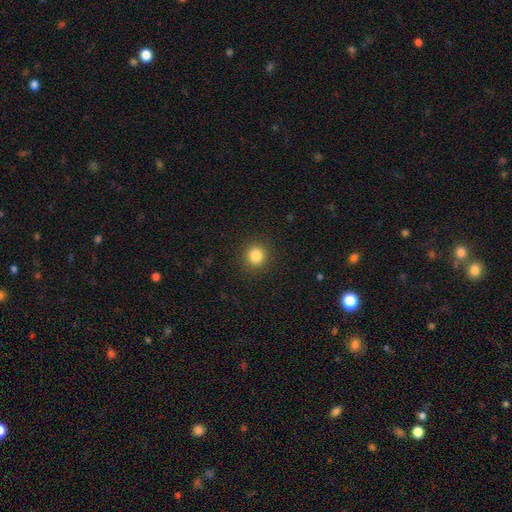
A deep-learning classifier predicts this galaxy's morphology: This appears to be a smooth galaxy with no disk features (84%) that is round (91%). Merging: none (91%).